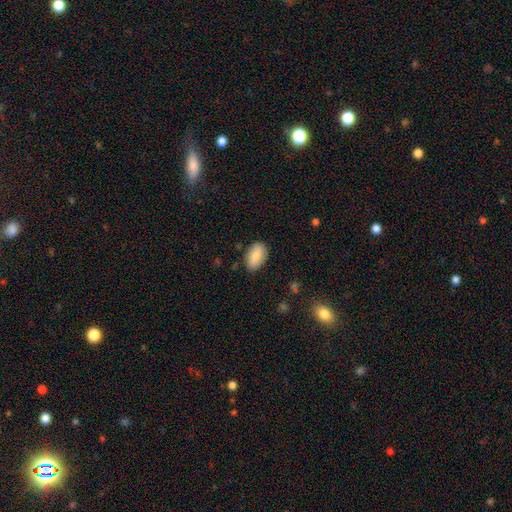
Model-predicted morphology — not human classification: Smooth or featured? Predicted: smooth (p=0.81). How rounded? Predicted: in between (p=0.92). Merging? Predicted: none (p=0.82).